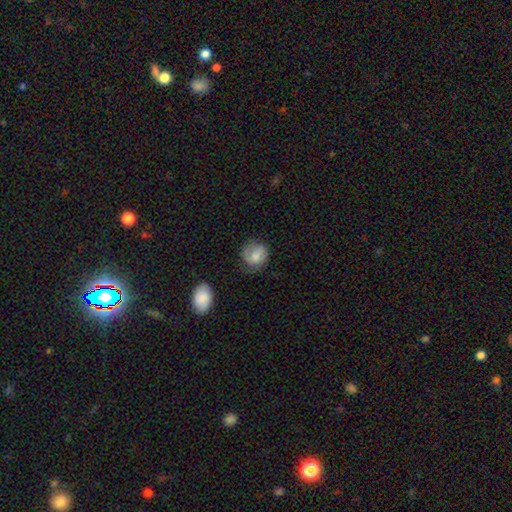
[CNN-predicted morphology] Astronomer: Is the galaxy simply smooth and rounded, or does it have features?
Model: smooth — 64%.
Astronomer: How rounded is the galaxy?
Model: round — 74%.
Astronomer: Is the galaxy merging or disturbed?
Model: none — 59%.